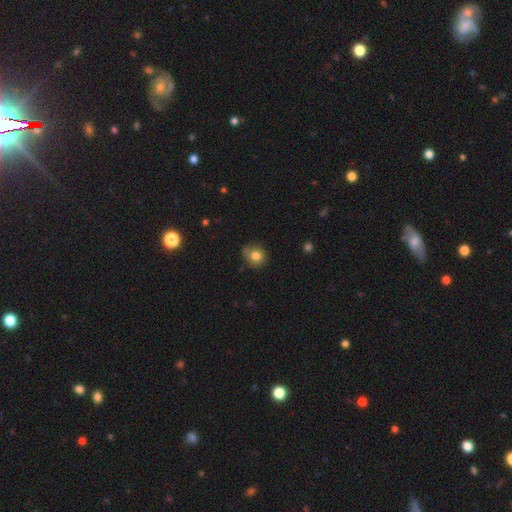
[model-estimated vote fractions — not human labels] Smooth or featured?
  - smooth: 80% *
  - star or artifact: 10%
  - featured or disk: 9%
How rounded?
  - round: 81% *
  - in between: 18%
  - cigar-shaped: 1%
Merging?
  - none: 72% *
  - minor disturbance: 21%
  - major disturbance: 4%
  - merger: 2%